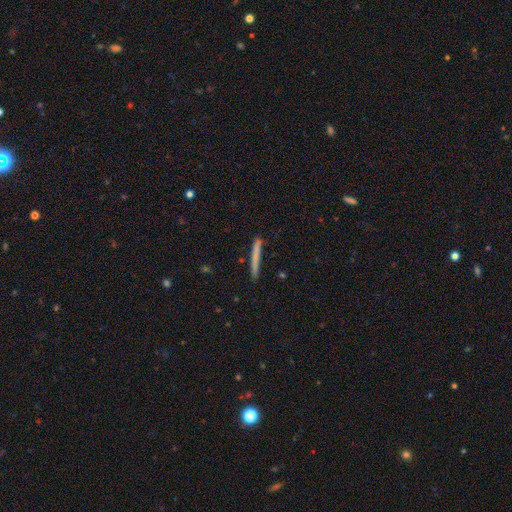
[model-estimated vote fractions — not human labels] smooth-or-featured: smooth: 69% | featured or disk: 24% | star or artifact: 6%
  how-rounded: cigar-shaped: 97% | in between: 2% | round: 1%
  merging: none: 87% | minor disturbance: 9% | merger: 2% | major disturbance: 2%